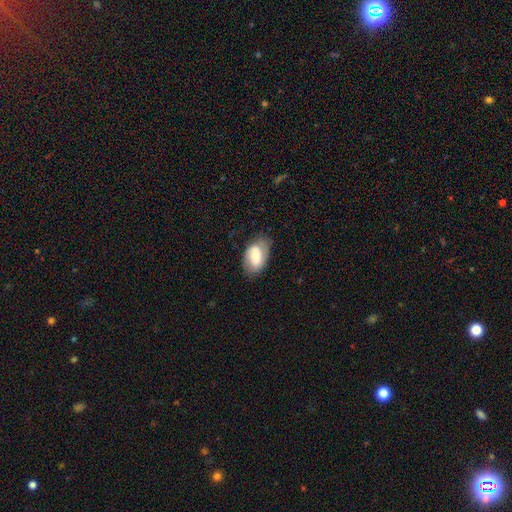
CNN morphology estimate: The model was most divided on "smooth or featured": smooth: 57%, featured or disk: 36%, star or artifact: 7%. More confident: how rounded — in between (90%); merging — none (73%).